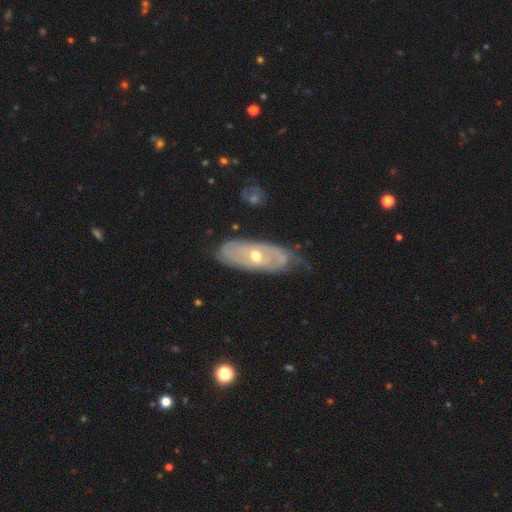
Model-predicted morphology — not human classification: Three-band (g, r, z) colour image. It shows a featured or disk galaxy (73%) with no bar (79%), spiral arms (62%) and a moderate central bulge (58%). Merging: none (65%).